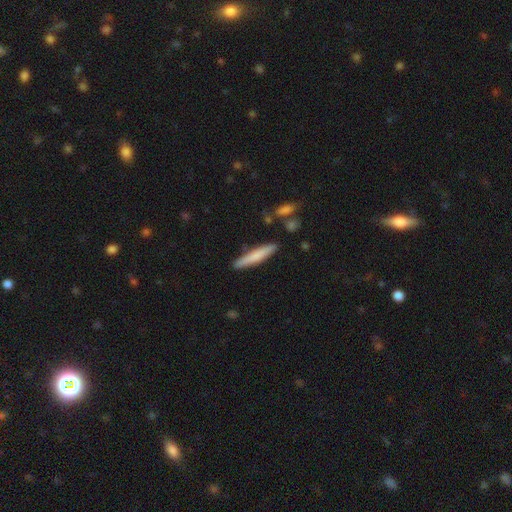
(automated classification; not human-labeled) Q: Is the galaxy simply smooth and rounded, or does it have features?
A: smooth — 71%.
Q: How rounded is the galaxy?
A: cigar-shaped — 92%.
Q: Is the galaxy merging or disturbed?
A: none — 86%.